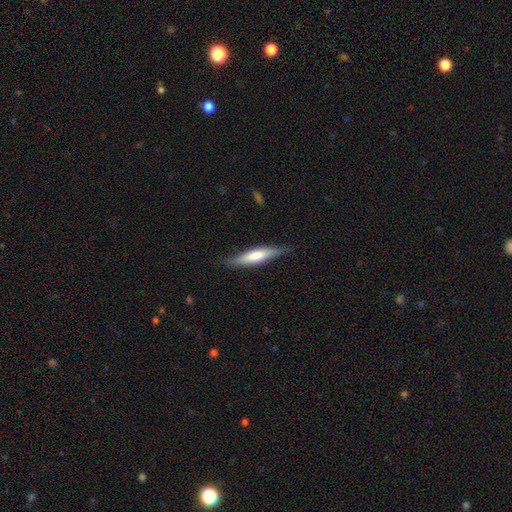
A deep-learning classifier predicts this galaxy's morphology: smooth 56%, featured or disk 39%, star or artifact 5%. Down the decision tree: how rounded — cigar-shaped (80%); merging — none (80%).